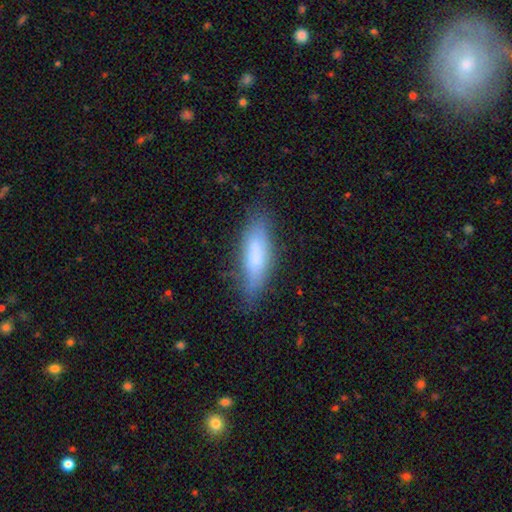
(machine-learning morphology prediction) A smooth galaxy with no disk features (70%) that is cigar-shaped (50%). Merging: none (75%).